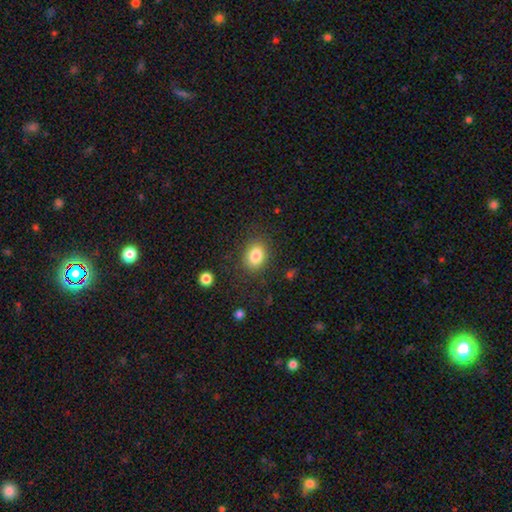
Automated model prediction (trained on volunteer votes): Q: Smooth or featured?
A: smooth (84%); runner-up: star or artifact (9%)
Q: How rounded?
A: in between (62%); runner-up: round (37%)
Q: Merging?
A: none (84%); runner-up: minor disturbance (11%)